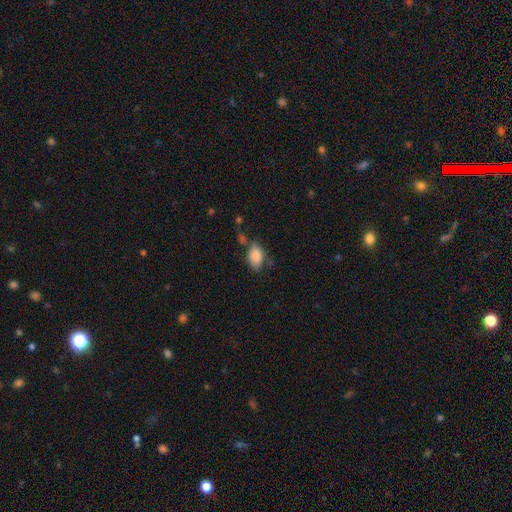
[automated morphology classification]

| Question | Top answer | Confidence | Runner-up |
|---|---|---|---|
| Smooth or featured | smooth | 81% | featured or disk (11%) |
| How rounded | in between | 87% | round (10%) |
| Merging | none | 59% | minor disturbance (24%) |